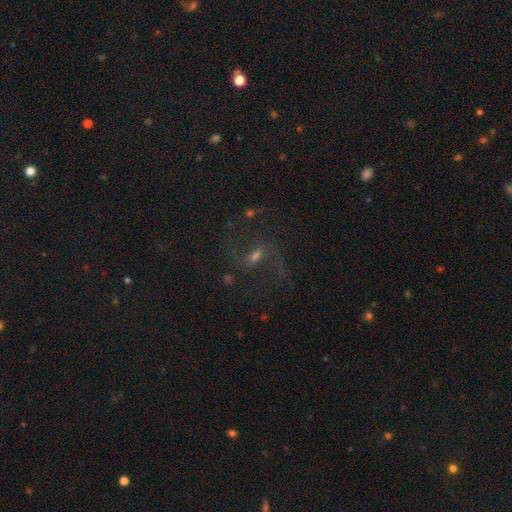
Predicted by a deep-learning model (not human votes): smooth_or_featured: featured or disk (p=0.77) [alt: star or artifact p=0.14]
disk_edge_on: no (p=0.96) [alt: yes p=0.04]
bar: weak (p=0.52) [alt: strong p=0.26]
has_spiral_arms: yes (p=0.92) [alt: no p=0.08]
spiral_winding: loose (p=0.66) [alt: medium p=0.29]
spiral_arm_count: 2 (p=0.90) [alt: can't tell p=0.03]
bulge_size: moderate (p=0.46) [alt: small p=0.38]
merging: none (p=0.72) [alt: minor disturbance p=0.13]